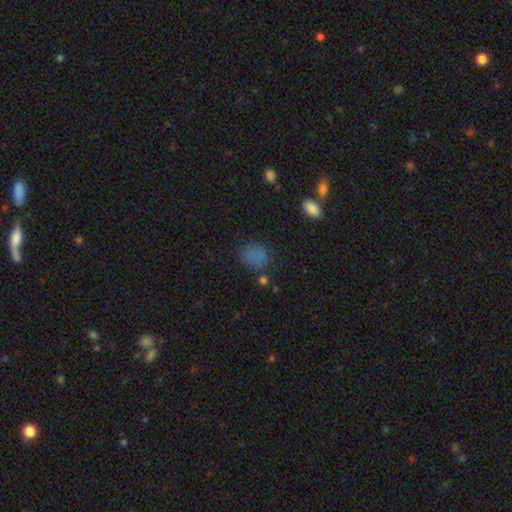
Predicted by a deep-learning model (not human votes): smooth 76%, star or artifact 18%, featured or disk 6%. Down the decision tree: how rounded — round (62%); merging — none (71%).